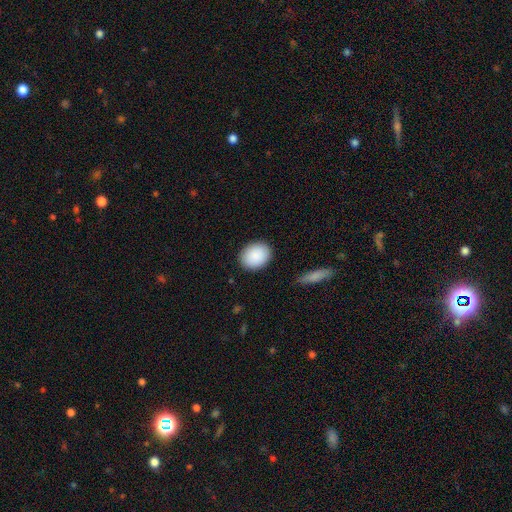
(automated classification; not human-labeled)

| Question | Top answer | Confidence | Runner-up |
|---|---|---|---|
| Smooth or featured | smooth | 90% | star or artifact (6%) |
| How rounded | round | 51% | in between (48%) |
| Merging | none | 88% | minor disturbance (8%) |